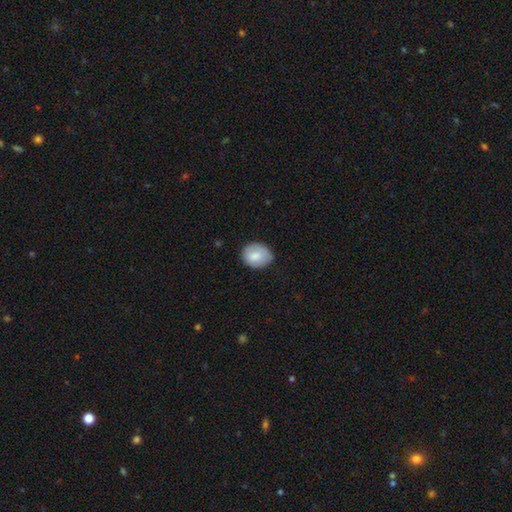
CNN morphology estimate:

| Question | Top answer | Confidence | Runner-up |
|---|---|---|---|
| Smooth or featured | smooth | 83% | featured or disk (10%) |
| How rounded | round | 56% | in between (43%) |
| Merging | none | 73% | minor disturbance (22%) |